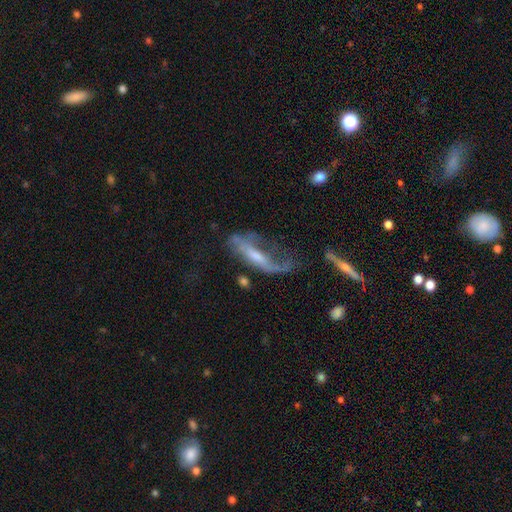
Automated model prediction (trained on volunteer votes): Q: Smooth or featured?
A: featured or disk (63%); runner-up: smooth (28%)
Q: Edge-on disk?
A: no (68%); runner-up: yes (32%)
Q: Merging?
A: major disturbance (44%); runner-up: none (29%)